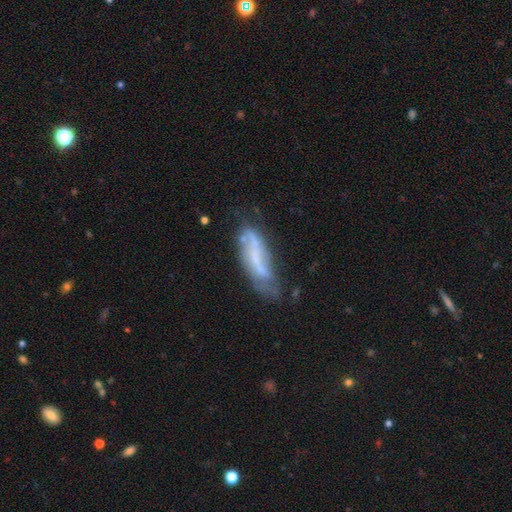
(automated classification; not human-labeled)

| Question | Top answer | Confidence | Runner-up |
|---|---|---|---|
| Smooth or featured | featured or disk | 62% | smooth (29%) |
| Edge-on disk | no | 82% | yes (18%) |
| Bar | no | 44% | weak (35%) |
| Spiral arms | yes | 68% | no (32%) |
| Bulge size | none | 45% | small (39%) |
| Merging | none | 49% | minor disturbance (29%) |